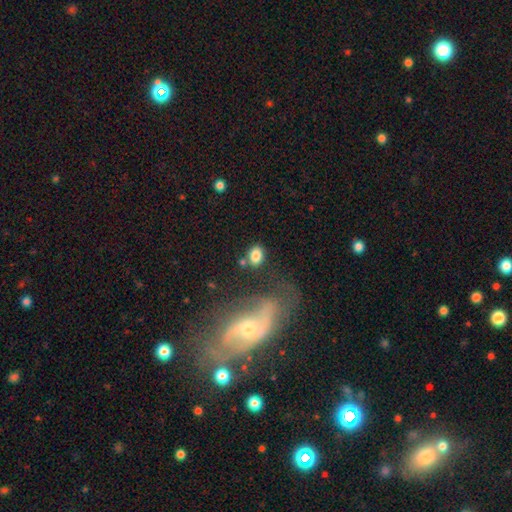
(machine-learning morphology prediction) Smooth or featured? Predicted: smooth (p=0.82). How rounded? Predicted: in between (p=0.67). Merging? Predicted: none (p=0.69).